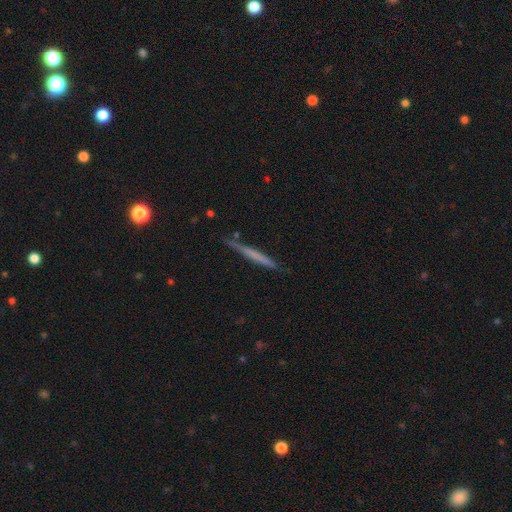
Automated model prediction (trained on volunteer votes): smooth-or-featured: smooth: 53% | featured or disk: 41% | star or artifact: 6%
  how-rounded: cigar-shaped: 96% | in between: 2% | round: 1%
  merging: none: 84% | minor disturbance: 12% | major disturbance: 2% | merger: 2%